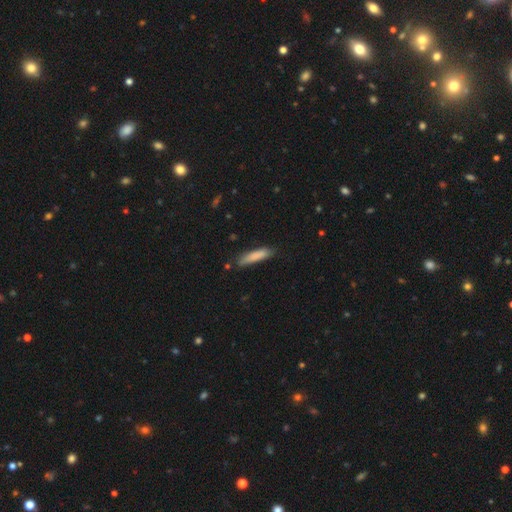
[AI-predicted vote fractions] smooth-or-featured: smooth: 84% | featured or disk: 10% | star or artifact: 6%
  how-rounded: cigar-shaped: 80% | in between: 19% | round: 1%
  merging: none: 77% | minor disturbance: 18% | major disturbance: 3% | merger: 2%